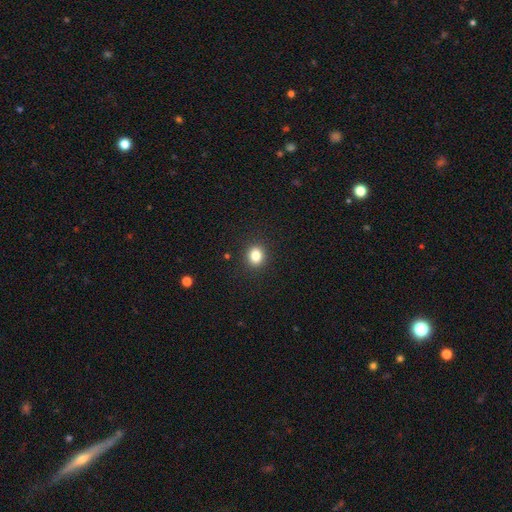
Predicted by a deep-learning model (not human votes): smooth 84%, star or artifact 11%, featured or disk 5%. Down the decision tree: how rounded — round (73%); merging — none (91%).